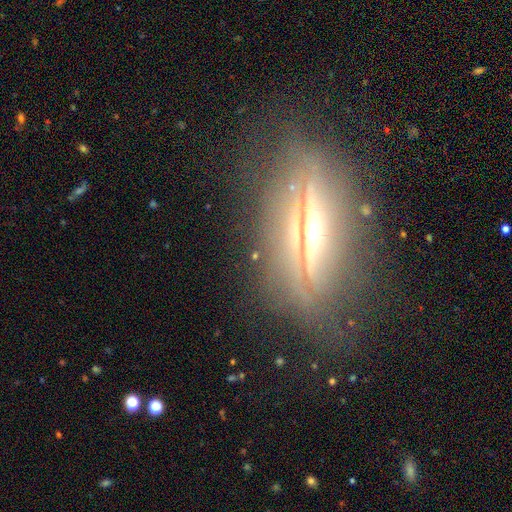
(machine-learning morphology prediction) smooth_or_featured: featured or disk (p=0.52) [alt: star or artifact p=0.27]
disk_edge_on: yes (p=0.81) [alt: no p=0.19]
merging: none (p=0.84) [alt: minor disturbance p=0.09]